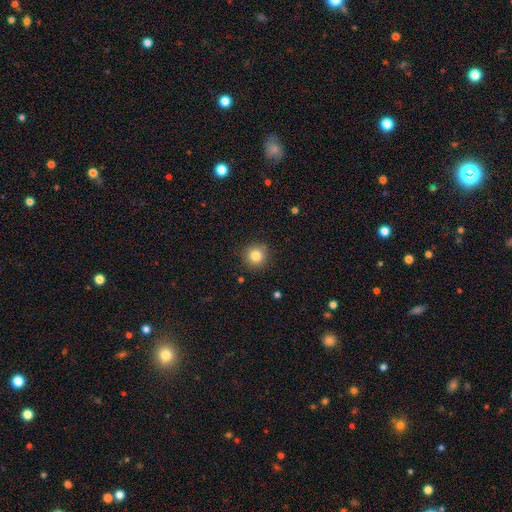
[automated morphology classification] Smooth or featured? Predicted: smooth (p=0.82). How rounded? Predicted: round (p=0.93). Merging? Predicted: none (p=0.89).